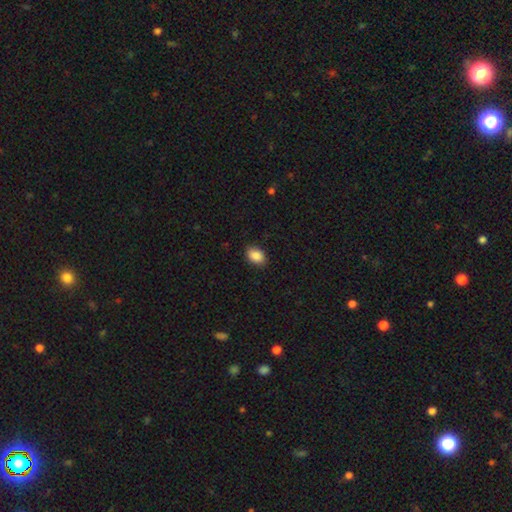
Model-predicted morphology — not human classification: Overall: smooth (88%). How rounded: in between (82%). Merging: none (88%).